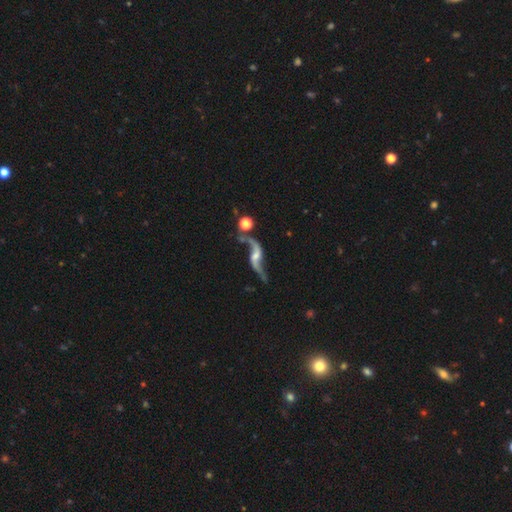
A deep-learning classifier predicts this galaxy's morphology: This appears to be a featured or disk galaxy (88%) with no bar (45%), 2 (93%) loose (93%) spiral arms (95%) and a small central bulge (44%). Merging: none (57%).